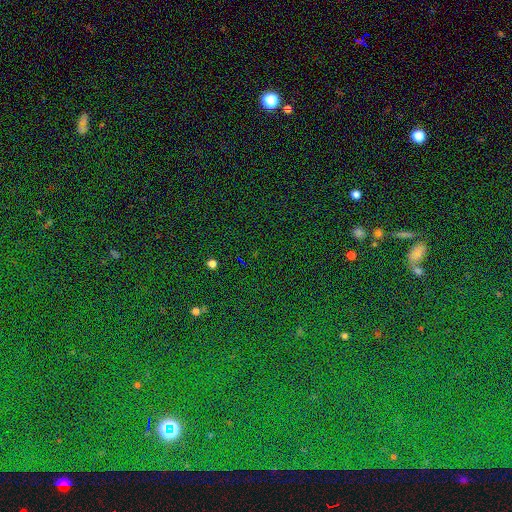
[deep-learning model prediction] Q: Smooth or featured?
A: star or artifact (82%); runner-up: smooth (10%)